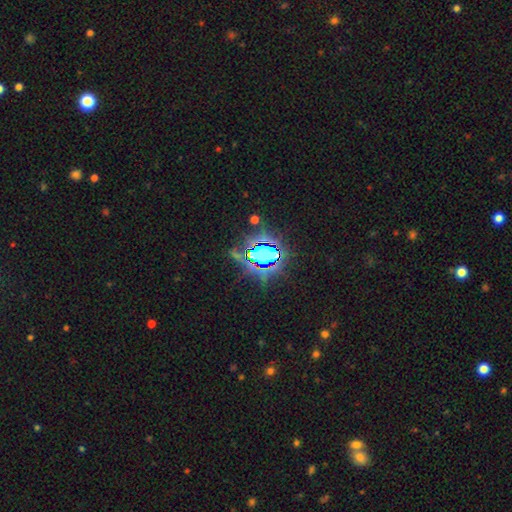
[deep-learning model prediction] A star or artifact, not a galaxy (79%).

Vote fractions:
- Smooth or featured? star or artifact: 79% / smooth: 13% / featured or disk: 9%